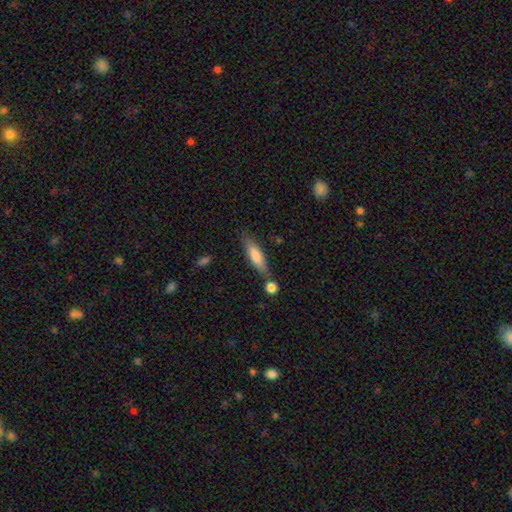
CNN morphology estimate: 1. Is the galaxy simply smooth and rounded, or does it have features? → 73% smooth, 21% featured or disk, 6% star or artifact.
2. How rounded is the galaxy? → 63% cigar-shaped, 35% in between, 2% round.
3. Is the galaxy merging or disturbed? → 68% none, 16% minor disturbance, 12% merger, 4% major disturbance.